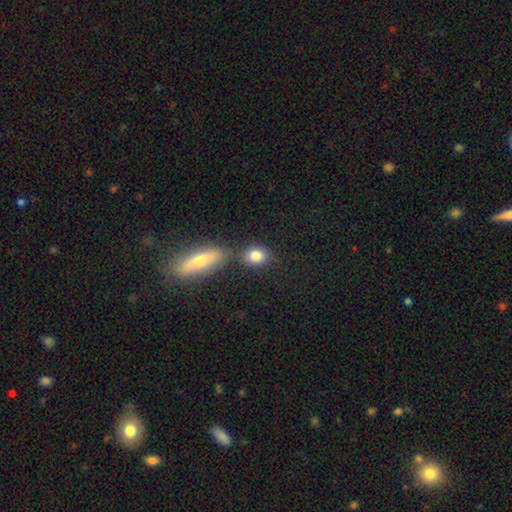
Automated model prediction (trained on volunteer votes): A smooth galaxy with no disk features (81%) that is round (54%). Merging: none (66%).